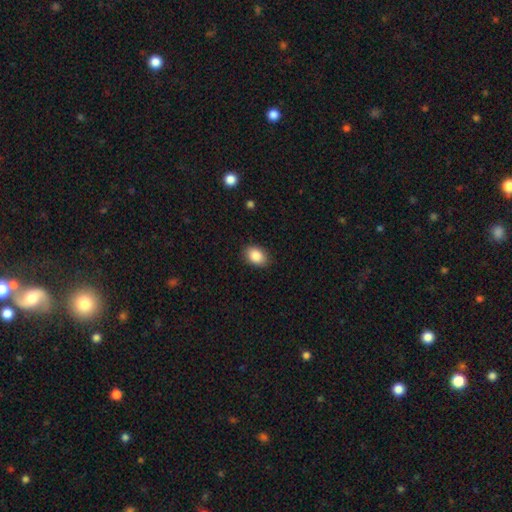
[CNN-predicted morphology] This is clearly a smooth galaxy (88%). How rounded: likely in between (75%). Merging: clearly none (86%).